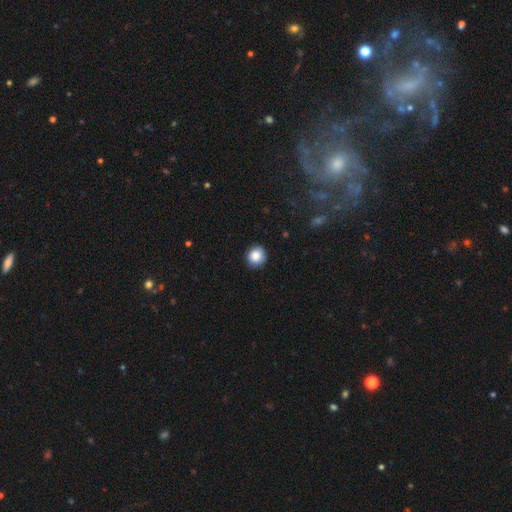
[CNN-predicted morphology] A smooth galaxy with no disk features (86%) that is round (89%). Merging: none (87%).